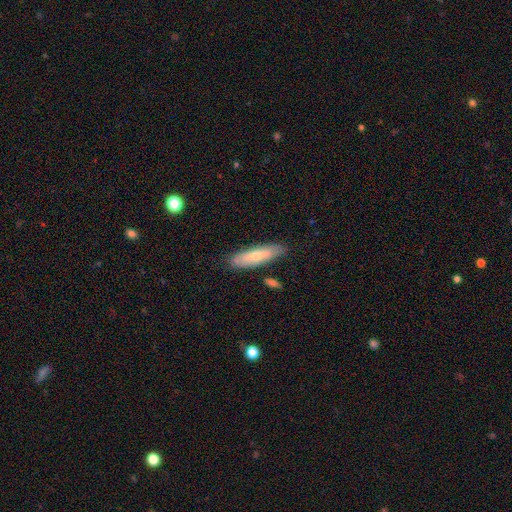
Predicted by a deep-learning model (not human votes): Overall: smooth (56%; featured or disk 38%). How rounded: cigar-shaped (64%; in between 34%). Merging: none (82%).